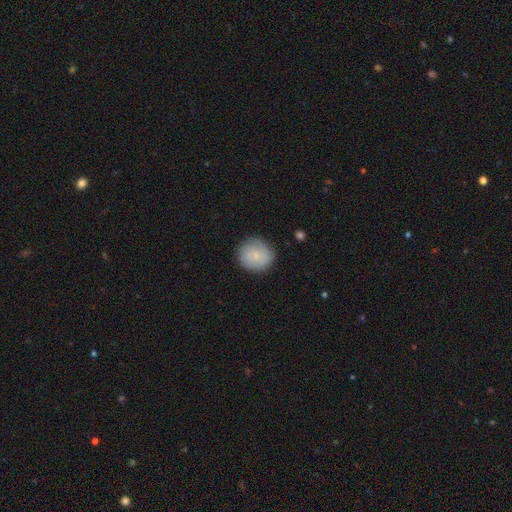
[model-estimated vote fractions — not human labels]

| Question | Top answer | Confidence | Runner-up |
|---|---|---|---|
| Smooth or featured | smooth | 75% | featured or disk (18%) |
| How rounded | round | 89% | in between (10%) |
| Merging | none | 83% | minor disturbance (13%) |